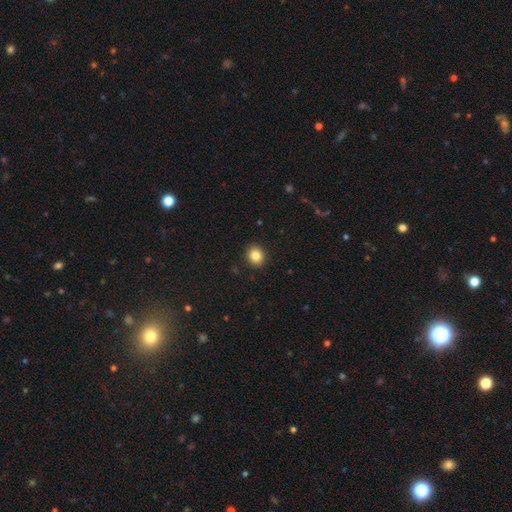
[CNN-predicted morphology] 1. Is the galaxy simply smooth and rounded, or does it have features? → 84% smooth, 10% star or artifact, 5% featured or disk.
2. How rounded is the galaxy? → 71% round, 28% in between, 1% cigar-shaped.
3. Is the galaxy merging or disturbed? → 91% none, 6% minor disturbance, 2% major disturbance, 1% merger.